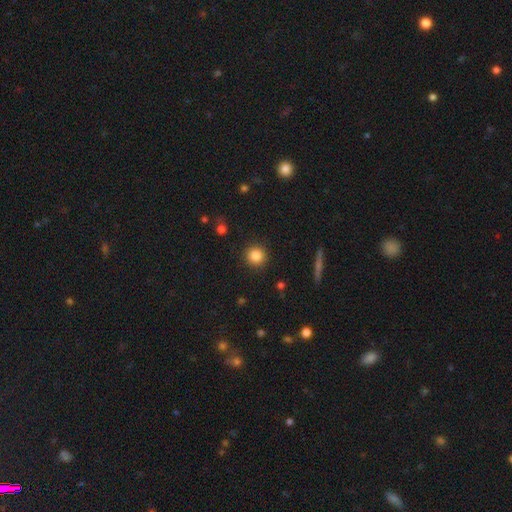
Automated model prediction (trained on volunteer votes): The model was most divided on "smooth or featured": smooth: 85%, star or artifact: 10%, featured or disk: 5%. More confident: how rounded — round (93%); merging — none (91%).